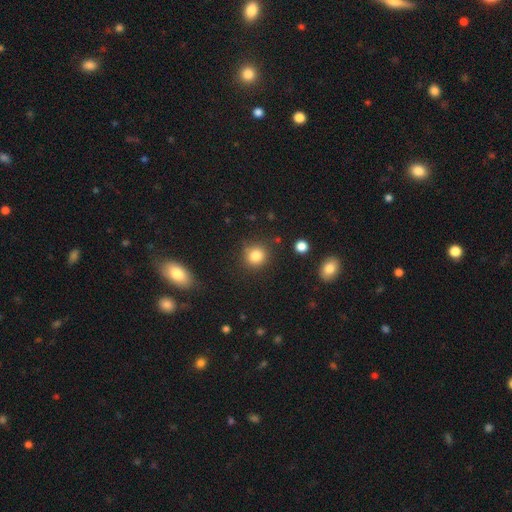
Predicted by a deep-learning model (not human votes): smooth_or_featured: smooth (p=0.83) [alt: star or artifact p=0.12]
how_rounded: round (p=0.89) [alt: in between p=0.10]
merging: none (p=0.84) [alt: minor disturbance p=0.10]